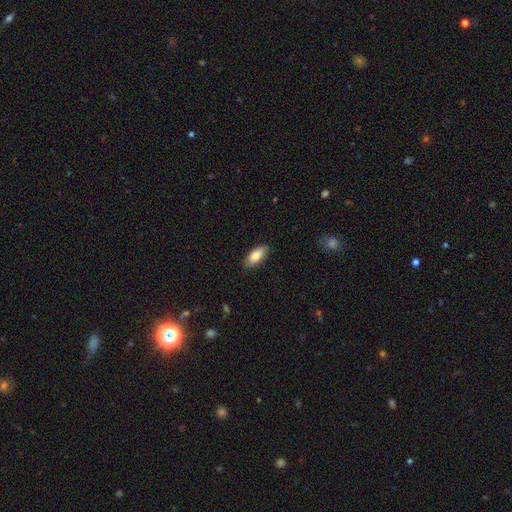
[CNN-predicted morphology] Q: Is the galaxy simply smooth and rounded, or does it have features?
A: smooth — 80%.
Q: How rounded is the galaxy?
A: in between — 87%.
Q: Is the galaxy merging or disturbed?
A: none — 84%.